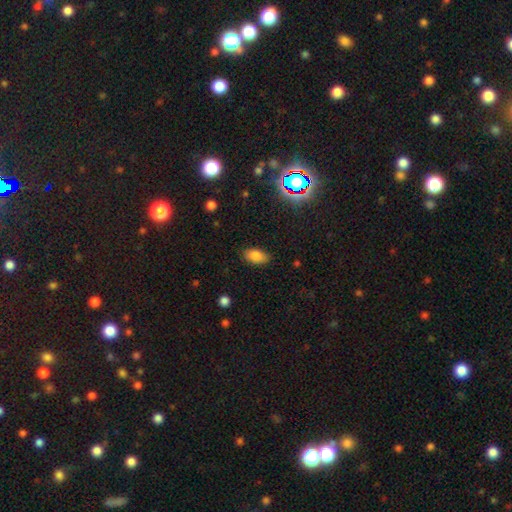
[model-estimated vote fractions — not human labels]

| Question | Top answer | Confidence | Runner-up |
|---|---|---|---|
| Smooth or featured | smooth | 82% | star or artifact (11%) |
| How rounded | in between | 91% | round (7%) |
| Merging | none | 85% | minor disturbance (11%) |